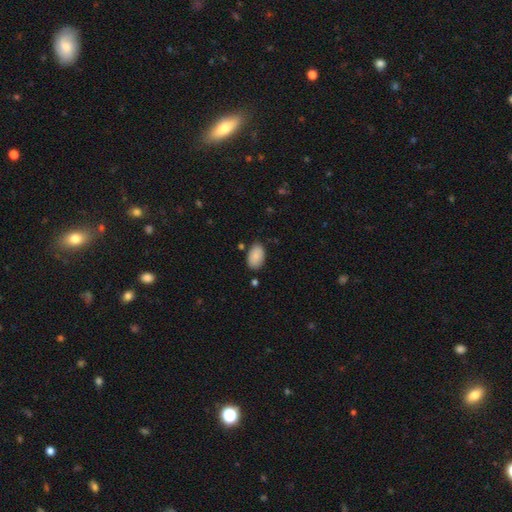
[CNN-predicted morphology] smooth 87%, star or artifact 7%, featured or disk 6%. Down the decision tree: how rounded — in between (93%); merging — none (79%).